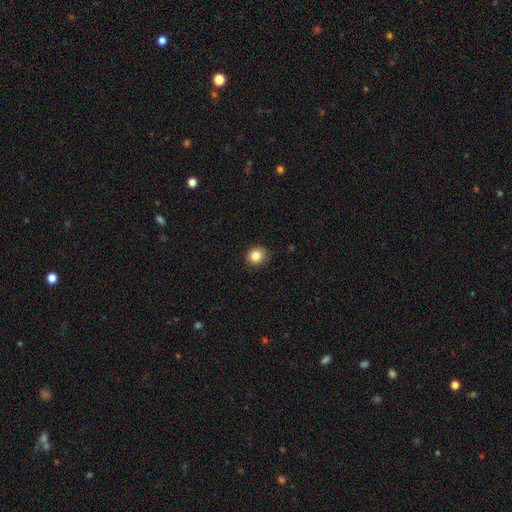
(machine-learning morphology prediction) A smooth galaxy with no disk features (85%) that is round (82%).

Vote fractions:
- Smooth or featured? smooth: 85% / star or artifact: 10% / featured or disk: 5%
- How rounded? round: 82% / in between: 17% / cigar-shaped: 1%
- Merging? none: 88% / minor disturbance: 9% / major disturbance: 2% / merger: 1%